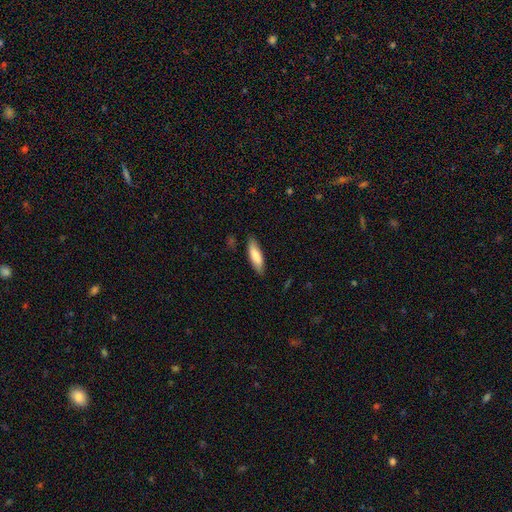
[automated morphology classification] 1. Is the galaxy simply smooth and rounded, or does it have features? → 80% smooth, 15% featured or disk, 5% star or artifact.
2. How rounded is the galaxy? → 51% cigar-shaped, 47% in between, 1% round.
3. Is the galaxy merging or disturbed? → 85% none, 12% minor disturbance, 2% major disturbance, 1% merger.